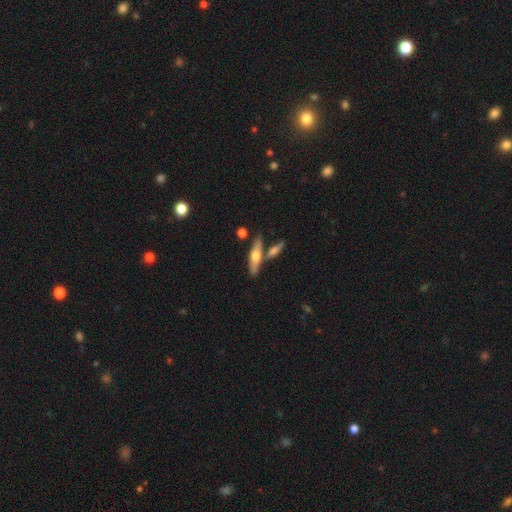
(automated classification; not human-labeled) smooth-or-featured: smooth: 48% | featured or disk: 46% | star or artifact: 6%
  merging: none: 68% | merger: 18% | minor disturbance: 11% | major disturbance: 3%